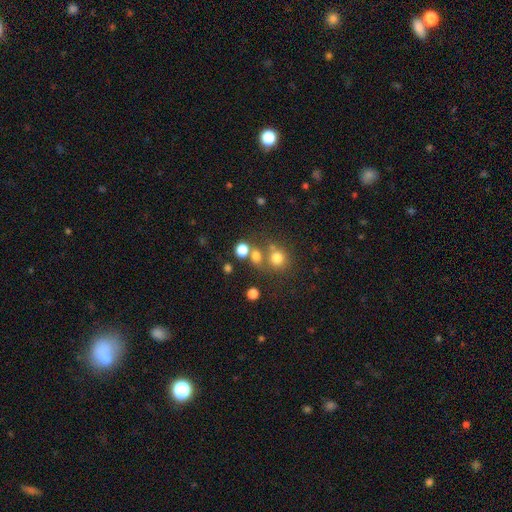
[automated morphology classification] This is likely a smooth galaxy (71%). How rounded: likely round (79%). Merging: possibly none (58%).